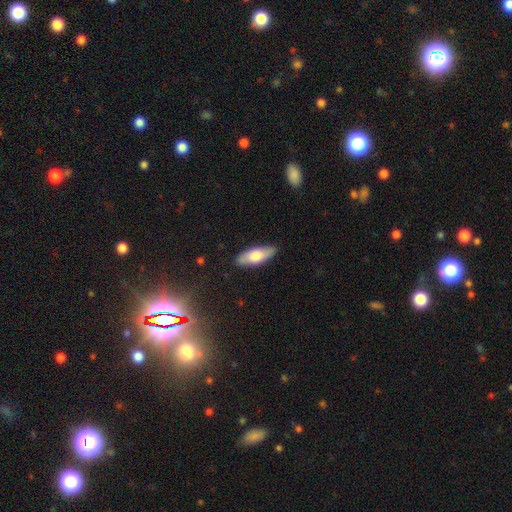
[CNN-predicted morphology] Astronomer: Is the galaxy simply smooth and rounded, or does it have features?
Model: smooth — 71%.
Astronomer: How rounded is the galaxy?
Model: in between — 69%.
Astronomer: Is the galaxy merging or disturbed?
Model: none — 86%.